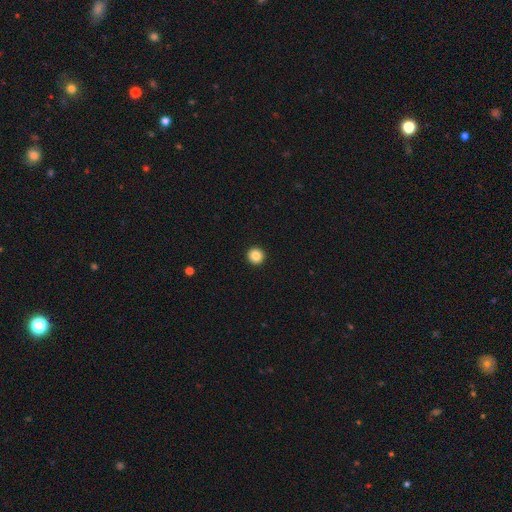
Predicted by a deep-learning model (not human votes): Morphology: type=smooth (86%); roundness=round (96%); merging=none (94%).